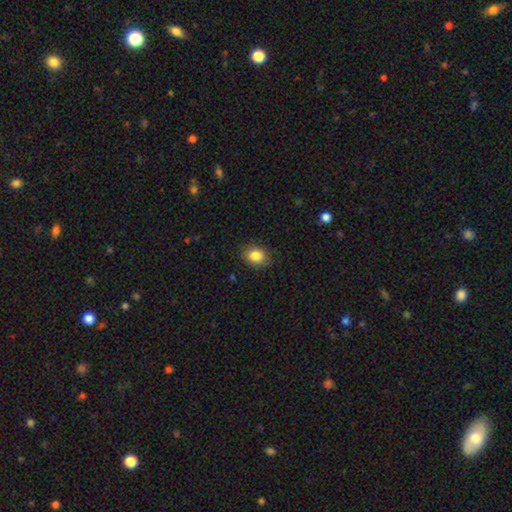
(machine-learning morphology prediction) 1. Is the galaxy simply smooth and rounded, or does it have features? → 85% smooth, 9% star or artifact, 6% featured or disk.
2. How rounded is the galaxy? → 65% in between, 34% round, 1% cigar-shaped.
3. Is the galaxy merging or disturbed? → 85% none, 11% minor disturbance, 3% major disturbance, 1% merger.